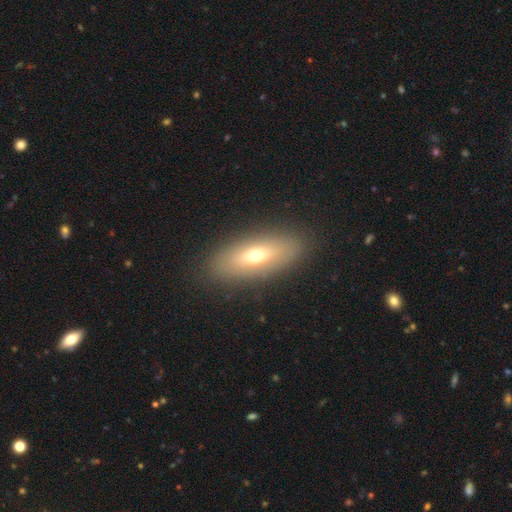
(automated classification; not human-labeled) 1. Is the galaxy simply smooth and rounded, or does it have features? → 56% smooth, 35% featured or disk, 9% star or artifact.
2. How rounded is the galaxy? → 68% in between, 28% cigar-shaped, 4% round.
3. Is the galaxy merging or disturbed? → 87% none, 8% minor disturbance, 3% major disturbance, 1% merger.